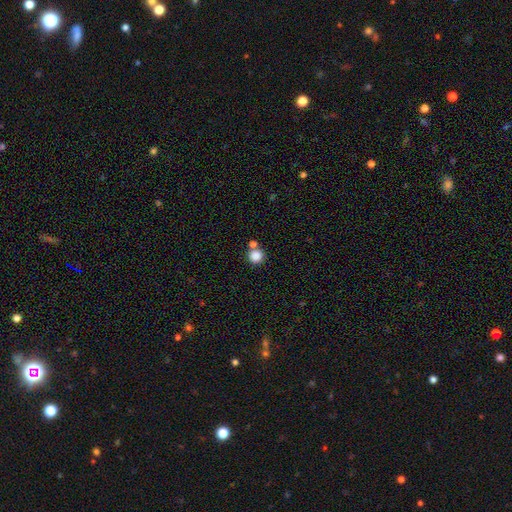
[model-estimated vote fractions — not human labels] Smooth or featured: smooth — 85% (star or artifact — 11%)
How rounded: round — 93% (in between — 7%)
Merging: none — 65% (merger — 24%)